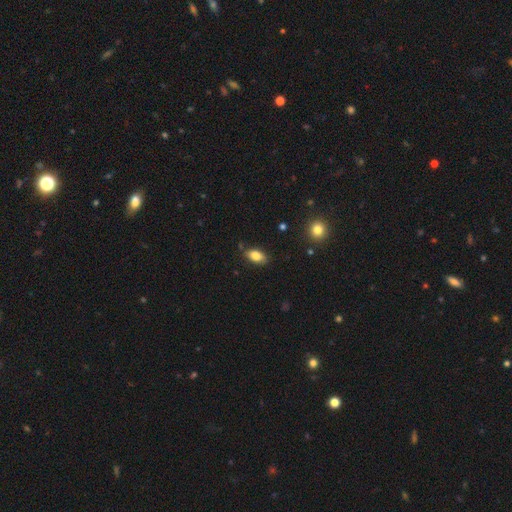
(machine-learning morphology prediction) Smooth or featured? smooth (83%)
How rounded? in between (91%)
Merging? none (83%)